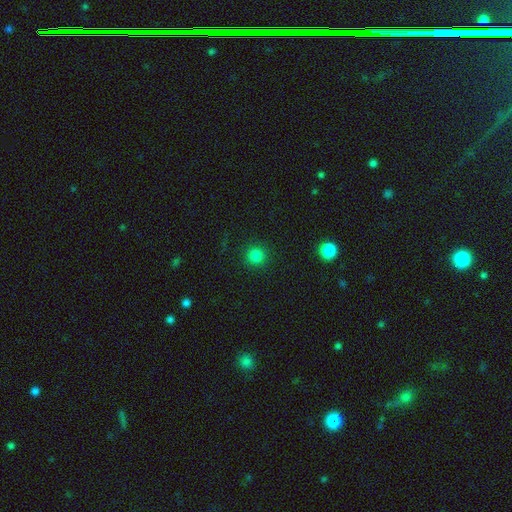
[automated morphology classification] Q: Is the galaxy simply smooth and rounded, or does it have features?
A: smooth — 82%.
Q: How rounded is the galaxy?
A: round — 95%.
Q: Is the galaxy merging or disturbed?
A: none — 90%.